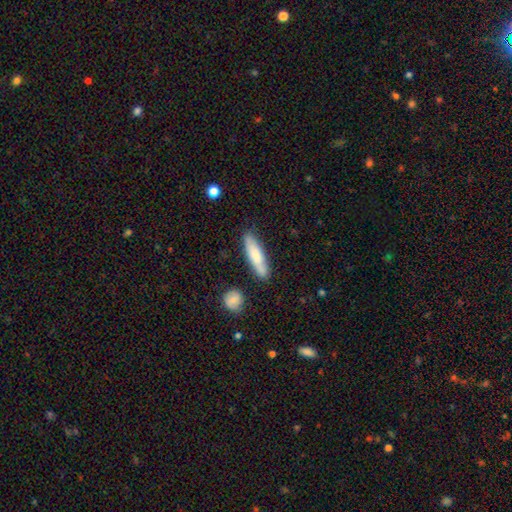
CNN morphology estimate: A smooth galaxy with no disk features (73%) that is cigar-shaped (75%). Merging: none (80%).